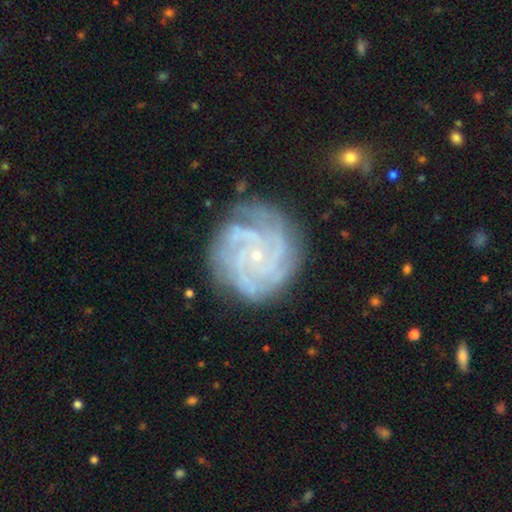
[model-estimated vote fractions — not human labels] smooth-or-featured: featured or disk: 87% | smooth: 6% | star or artifact: 6%
  disk-edge-on: no: 98% | yes: 2%
    bar: no: 75% | weak: 20% | strong: 5%
    has-spiral-arms: yes: 98% | no: 2%
      spiral-winding: tight: 69% | medium: 27% | loose: 4%
      spiral-arm-count: 4: 36% | 3: 22% | can't tell: 16% | more than 4: 11% | 2: 9% | 1: 7%
    bulge-size: small: 85% | moderate: 10% | none: 3% | large: 1% | dominant: 1%
  merging: none: 77% | minor disturbance: 16% | major disturbance: 5% | merger: 2%